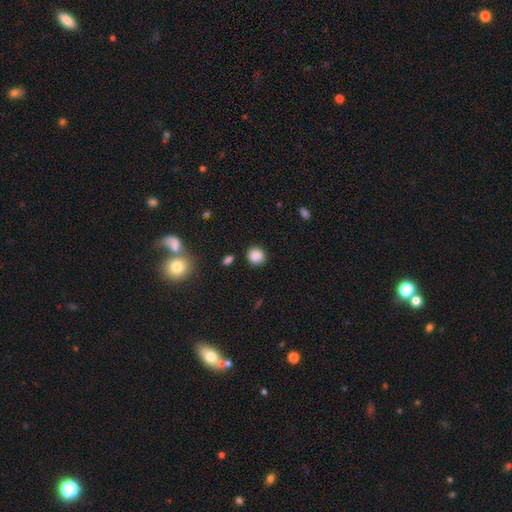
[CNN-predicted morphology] Smooth or featured?
  - smooth: 85% *
  - star or artifact: 11%
  - featured or disk: 4%
How rounded?
  - round: 82% *
  - in between: 17%
  - cigar-shaped: 1%
Merging?
  - none: 83% *
  - minor disturbance: 11%
  - major disturbance: 3%
  - merger: 3%